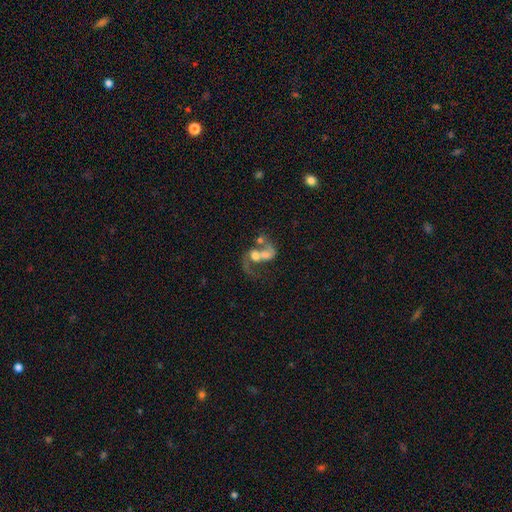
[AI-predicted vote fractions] This is possibly a featured or disk galaxy (59%). It is clearly not viewed edge-on (97%). Bar: likely no (72%). Spiral arm pattern: likely yes (61%). Central bulge: marginally moderate (39%). Merging: likely merger (70%).